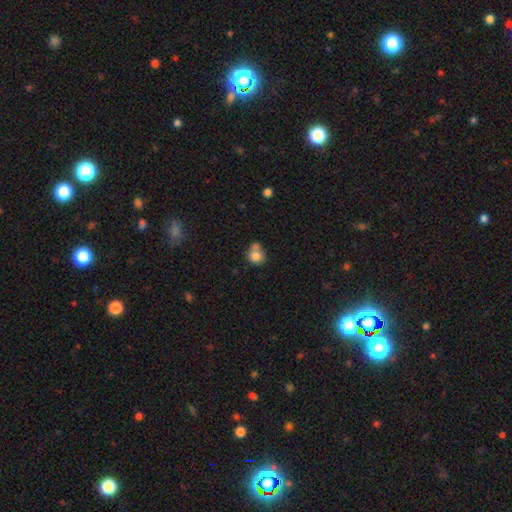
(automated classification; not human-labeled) Q: Smooth or featured?
A: smooth (80%); runner-up: featured or disk (10%)
Q: How rounded?
A: round (78%); runner-up: in between (21%)
Q: Merging?
A: none (43%); runner-up: merger (35%)